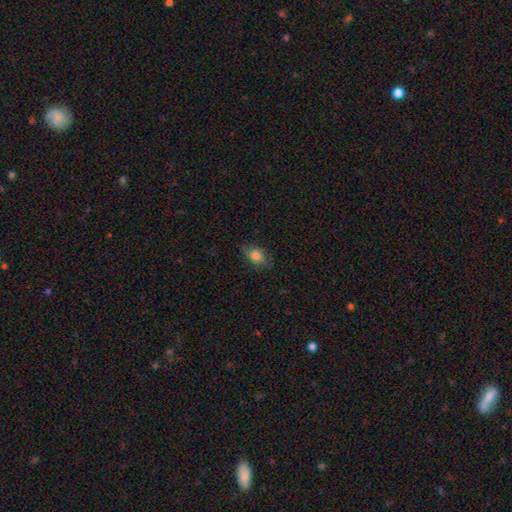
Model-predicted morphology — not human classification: Q: Smooth or featured?
A: smooth (76%); runner-up: featured or disk (14%)
Q: How rounded?
A: in between (77%); runner-up: round (21%)
Q: Merging?
A: none (74%); runner-up: minor disturbance (19%)